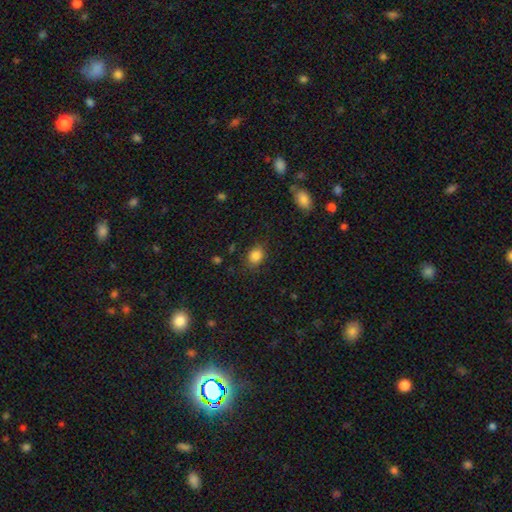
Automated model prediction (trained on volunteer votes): A smooth galaxy with no disk features (84%) that is in between round and cigar-shaped (55%).

Vote fractions:
- Smooth or featured? smooth: 84% / star or artifact: 10% / featured or disk: 5%
- How rounded? in between: 55% / round: 44% / cigar-shaped: 1%
- Merging? none: 80% / minor disturbance: 14% / major disturbance: 4% / merger: 1%